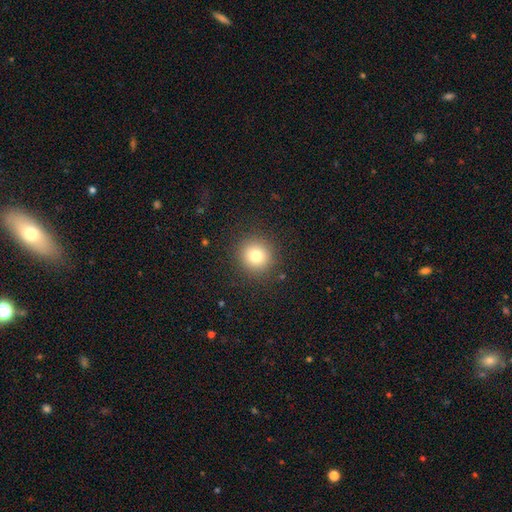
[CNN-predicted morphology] type=smooth (79%); roundness=round (92%); merging=none (90%).